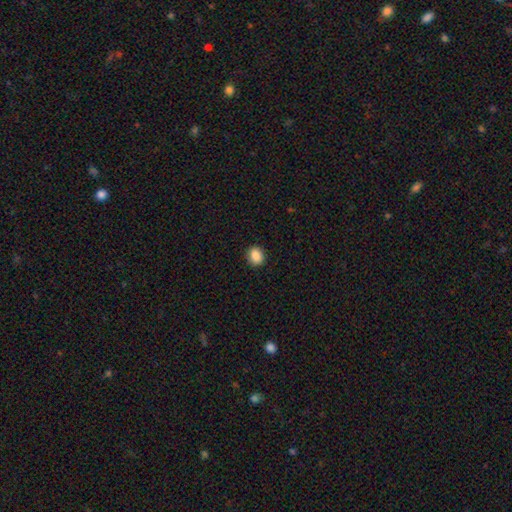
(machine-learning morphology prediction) This appears to be a smooth galaxy with no disk features (87%) that is round (66%). Merging: none (90%).